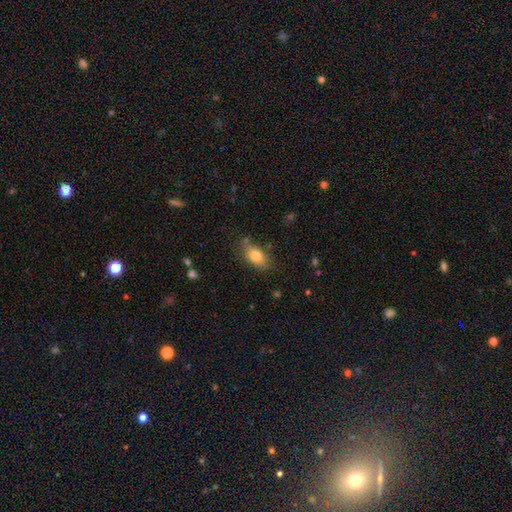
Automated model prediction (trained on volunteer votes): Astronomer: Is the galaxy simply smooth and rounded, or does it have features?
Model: smooth — 80%.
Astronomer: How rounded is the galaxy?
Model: in between — 86%.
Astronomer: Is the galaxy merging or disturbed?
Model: none — 75%.